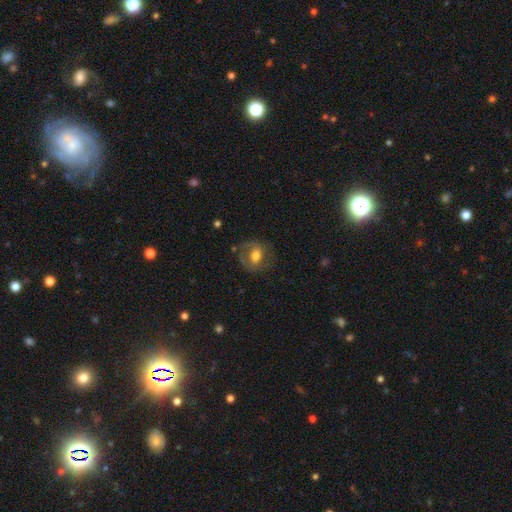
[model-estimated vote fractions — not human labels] A smooth galaxy with no disk features (49%).

Vote fractions:
- Smooth or featured? smooth: 49% / featured or disk: 43% / star or artifact: 8%
- Merging? none: 64% / minor disturbance: 20% / major disturbance: 14% / merger: 2%